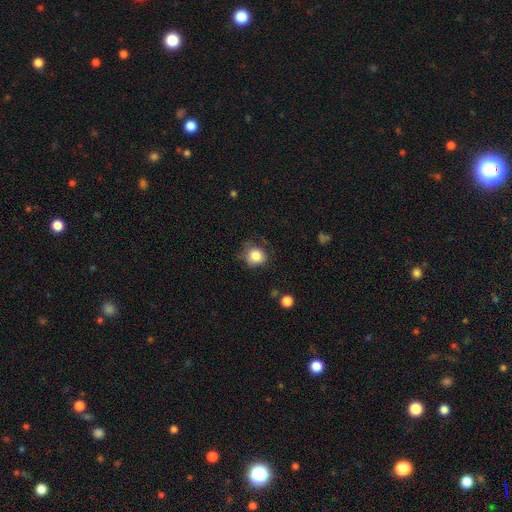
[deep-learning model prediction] This appears to be a smooth galaxy with no disk features (83%) that is round (80%). Merging: none (66%).